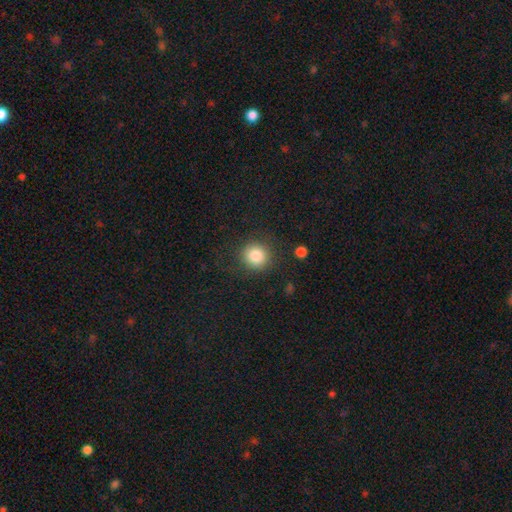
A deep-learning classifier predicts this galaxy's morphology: smooth 83%, star or artifact 10%, featured or disk 7%. Down the decision tree: how rounded — round (91%); merging — none (86%).